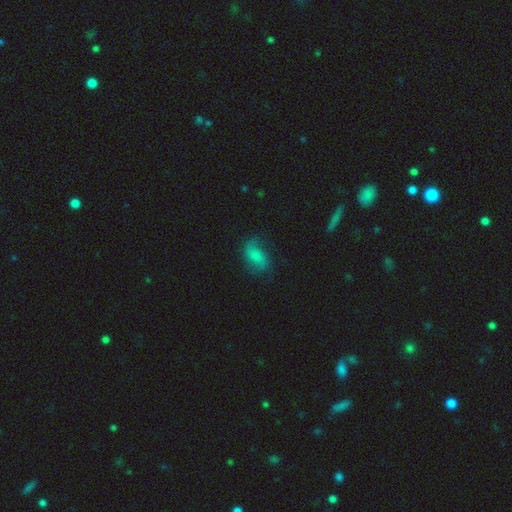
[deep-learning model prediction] This appears to be a smooth galaxy with no disk features (48%). Merging: none (63%).